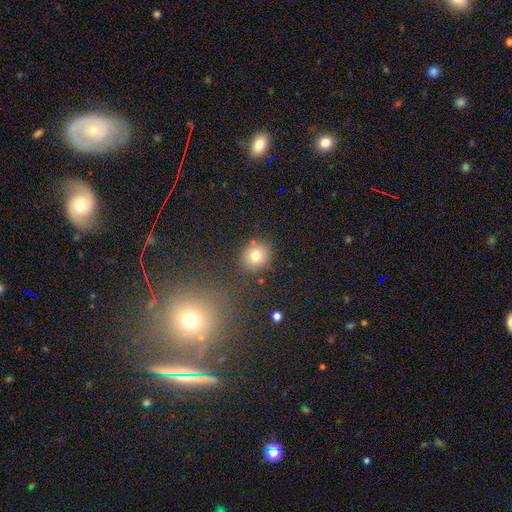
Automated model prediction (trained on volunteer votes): Morphology: type=smooth (78%); roundness=round (85%); merging=none (81%).